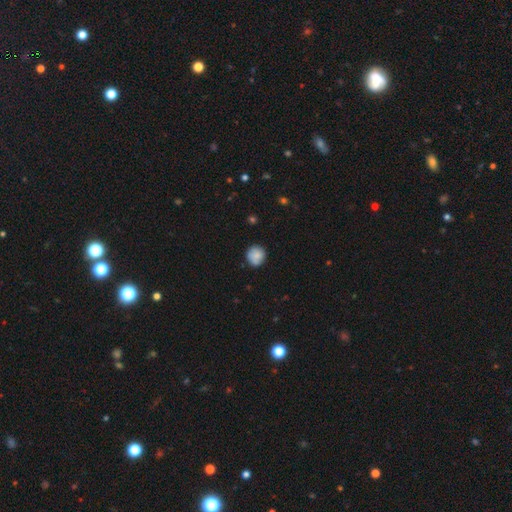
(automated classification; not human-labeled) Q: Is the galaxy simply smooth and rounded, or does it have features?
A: smooth — 82%.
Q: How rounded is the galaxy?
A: round — 88%.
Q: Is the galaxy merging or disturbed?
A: none — 77%.